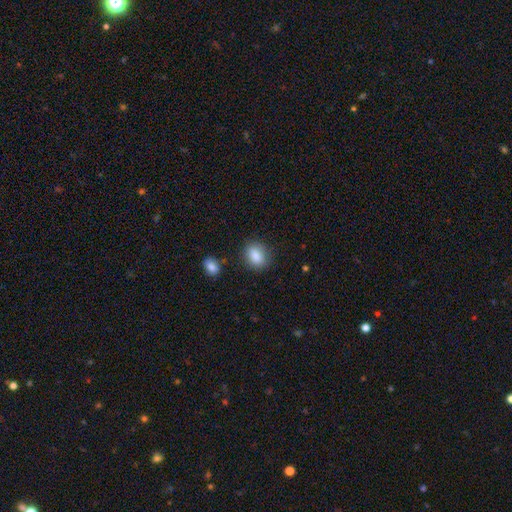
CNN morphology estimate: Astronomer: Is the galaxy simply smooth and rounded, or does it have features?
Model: smooth — 87%.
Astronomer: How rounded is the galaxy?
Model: in between — 60% (runner-up: round, 39%).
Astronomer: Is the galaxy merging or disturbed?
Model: none — 82%.